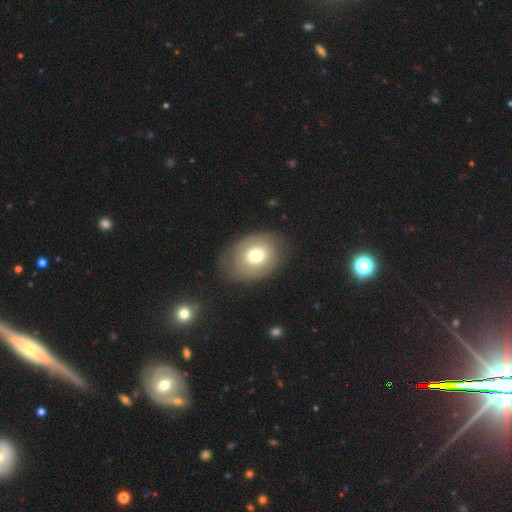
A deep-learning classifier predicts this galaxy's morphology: Smooth or featured?
  - smooth: 66% *
  - featured or disk: 25%
  - star or artifact: 9%
How rounded?
  - in between: 67% *
  - round: 32%
  - cigar-shaped: 1%
Merging?
  - none: 74% *
  - minor disturbance: 17%
  - major disturbance: 7%
  - merger: 2%